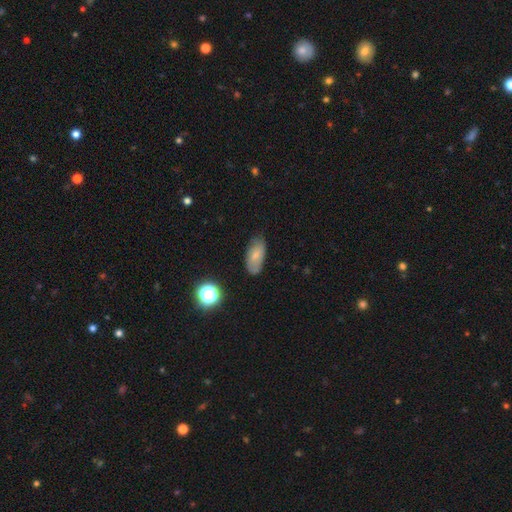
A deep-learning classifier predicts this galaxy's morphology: Smooth or featured: smooth — 70% (featured or disk — 21%)
How rounded: in between — 90% (cigar-shaped — 6%)
Merging: none — 73% (minor disturbance — 21%)